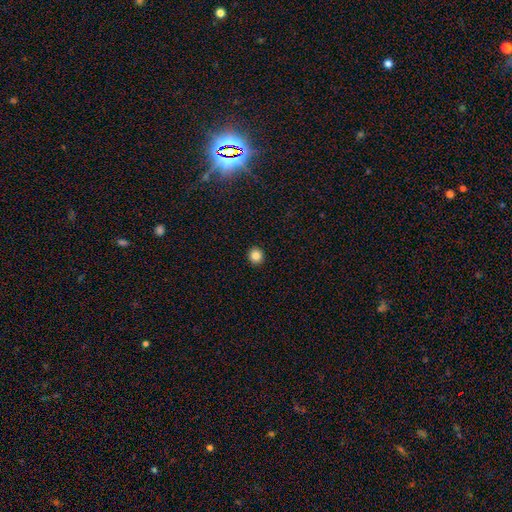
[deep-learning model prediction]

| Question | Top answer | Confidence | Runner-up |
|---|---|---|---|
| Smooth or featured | smooth | 84% | star or artifact (11%) |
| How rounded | round | 87% | in between (12%) |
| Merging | none | 93% | minor disturbance (4%) |